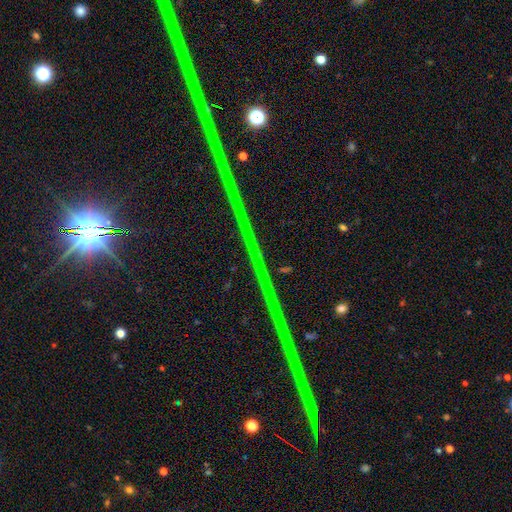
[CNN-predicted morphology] This is clearly a star or artifact rather than a galaxy (87%).